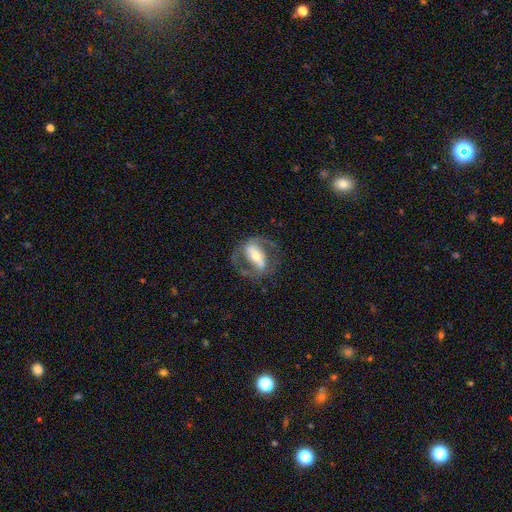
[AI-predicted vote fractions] smooth-or-featured: featured or disk: 72% | smooth: 22% | star or artifact: 6%
  disk-edge-on: no: 89% | yes: 11%
    bar: strong: 57% | weak: 22% | no: 21%
    has-spiral-arms: yes: 65% | no: 35%
    bulge-size: moderate: 52% | small: 35% | large: 9% | dominant: 2% | none: 2%
  merging: none: 60% | major disturbance: 21% | minor disturbance: 17% | merger: 2%